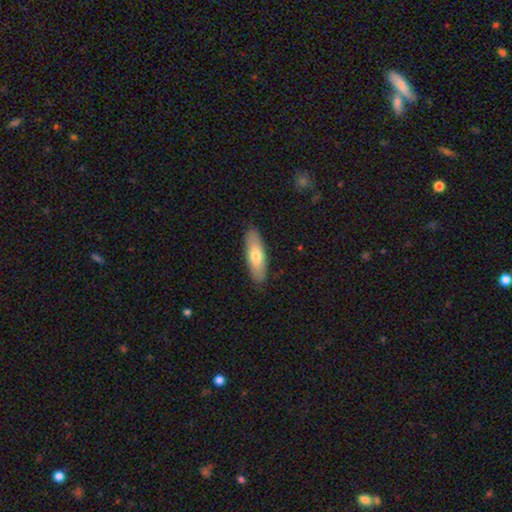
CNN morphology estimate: A smooth galaxy with no disk features (70%) that is in between round and cigar-shaped (56%). Merging: none (87%).